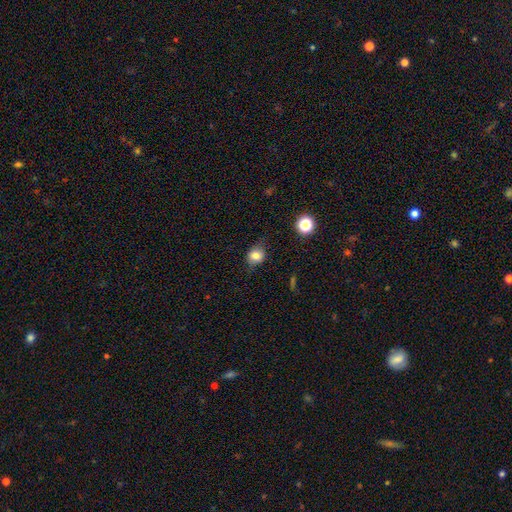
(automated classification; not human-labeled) This is likely a smooth galaxy (76%). How rounded: likely round (61%). Merging: likely none (71%).